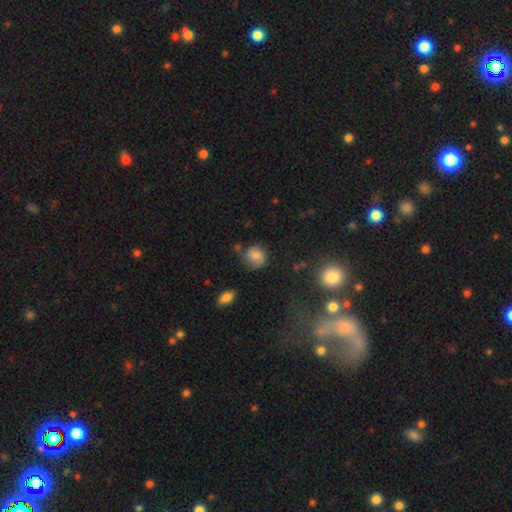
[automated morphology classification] type=smooth (66%); roundness=round (68%); merging=none (52%).